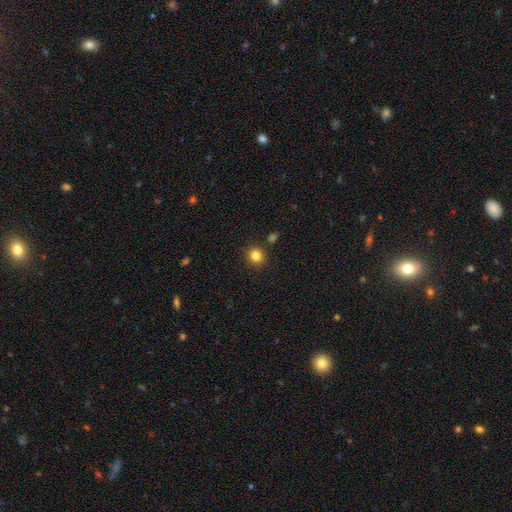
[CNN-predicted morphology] The model was most divided on "smooth or featured": smooth: 83%, star or artifact: 12%, featured or disk: 5%. More confident: merging — none (87%); how rounded — round (86%).